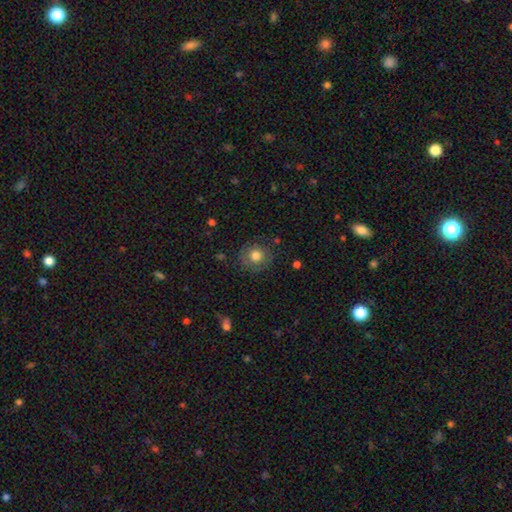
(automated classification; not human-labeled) This is likely a smooth galaxy (77%). How rounded: clearly round (90%). Merging: clearly none (83%).